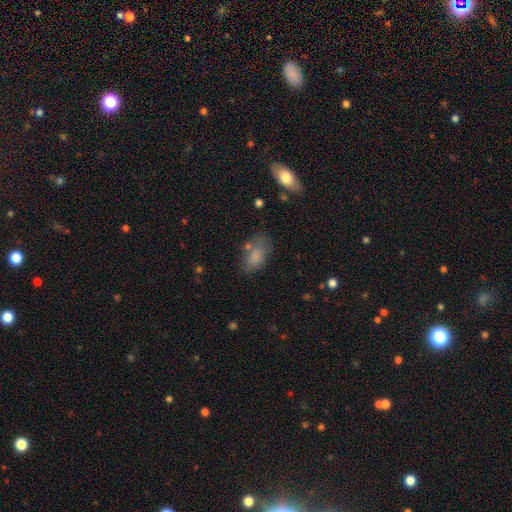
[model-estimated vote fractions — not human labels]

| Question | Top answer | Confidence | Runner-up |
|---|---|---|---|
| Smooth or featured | smooth | 81% | featured or disk (10%) |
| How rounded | in between | 90% | round (5%) |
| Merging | none | 63% | minor disturbance (22%) |